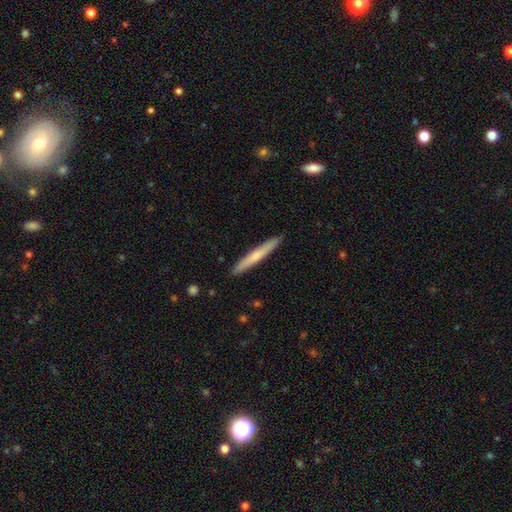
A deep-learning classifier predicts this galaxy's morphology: Smooth or featured? smooth (56%)
How rounded? cigar-shaped (96%)
Merging? none (91%)